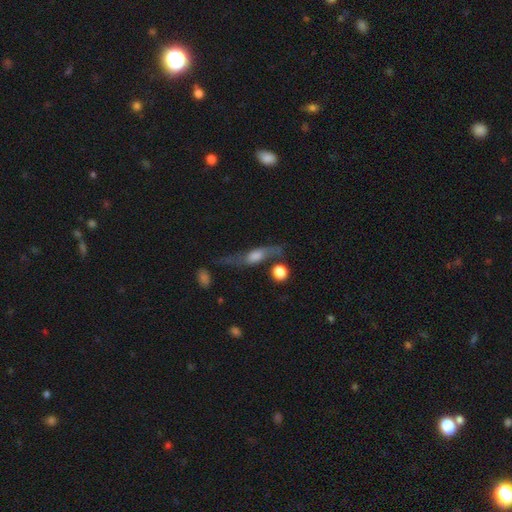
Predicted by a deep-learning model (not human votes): smooth-or-featured: featured or disk: 72% | smooth: 18% | star or artifact: 11%
  disk-edge-on: yes: 66% | no: 34%
  merging: none: 64% | minor disturbance: 18% | major disturbance: 12% | merger: 6%